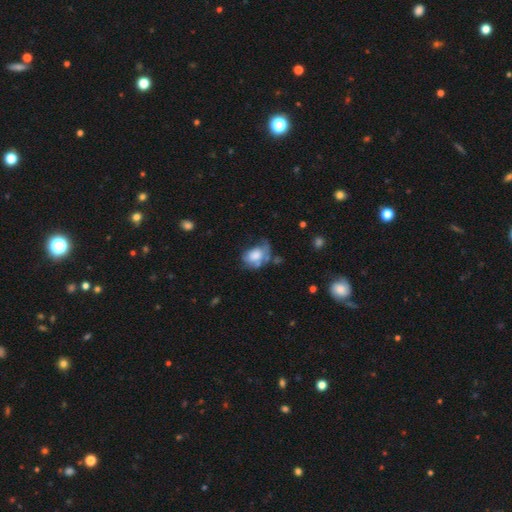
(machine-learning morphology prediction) A smooth galaxy with no disk features (61%) that is in between round and cigar-shaped (77%).

Vote fractions:
- Smooth or featured? smooth: 61% / featured or disk: 30% / star or artifact: 9%
- How rounded? in between: 77% / round: 21% / cigar-shaped: 1%
- Merging? major disturbance: 32% / minor disturbance: 31% / none: 27% / merger: 10%